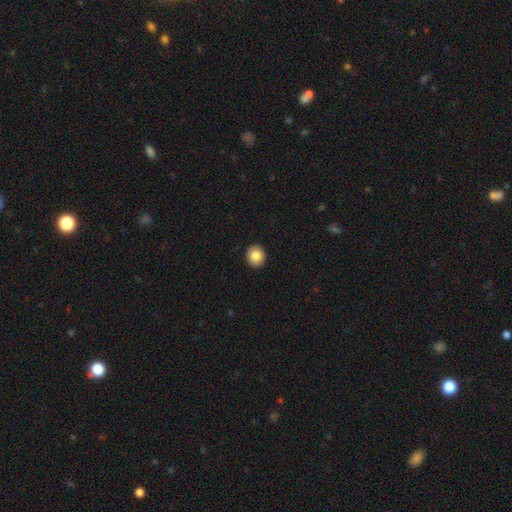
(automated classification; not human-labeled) Overall: smooth (85%). How rounded: round (83%). Merging: none (93%).